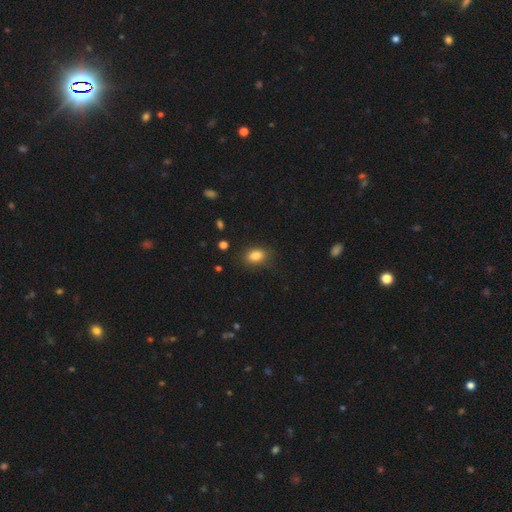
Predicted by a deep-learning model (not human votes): This appears to be a smooth galaxy with no disk features (85%) that is in between round and cigar-shaped (83%). Merging: none (83%).